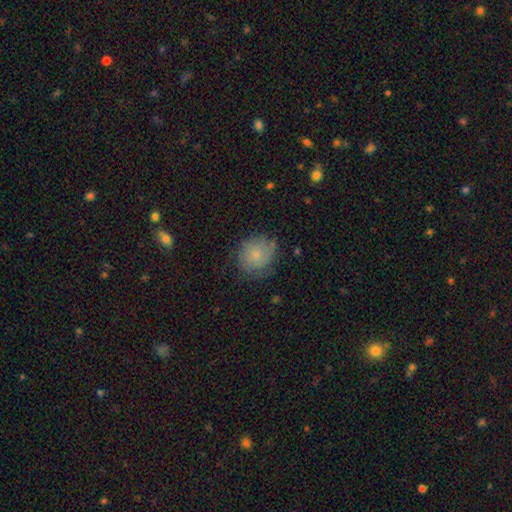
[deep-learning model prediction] Overall: smooth (72%). How rounded: round (84%). Merging: none (69%).